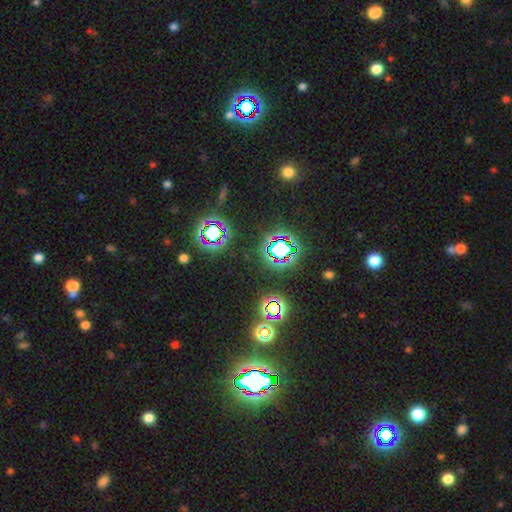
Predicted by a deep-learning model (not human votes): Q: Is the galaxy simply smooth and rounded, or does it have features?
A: star or artifact — 80%.